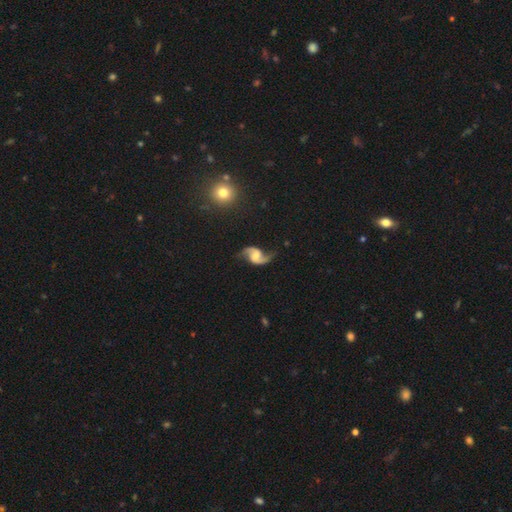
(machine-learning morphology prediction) Smooth or featured? featured or disk (90%)
Edge-on disk? no (98%)
Bar? weak (44%)
Spiral arms? yes (97%)
Spiral winding? loose (69%)
Spiral arm count? 2 (94%)
Bulge size? moderate (39%)
Merging? none (75%)